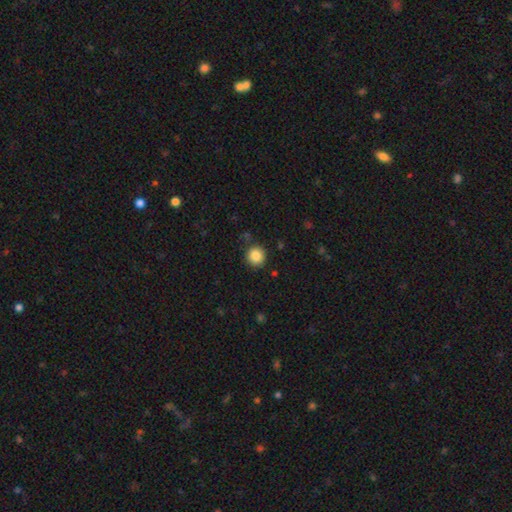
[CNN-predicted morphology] Q: Smooth or featured?
A: smooth (86%); runner-up: star or artifact (10%)
Q: How rounded?
A: round (92%); runner-up: in between (7%)
Q: Merging?
A: none (88%); runner-up: minor disturbance (8%)